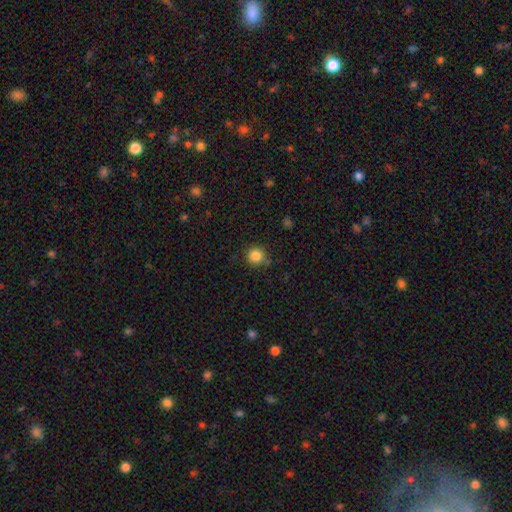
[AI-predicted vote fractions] Q: Smooth or featured?
A: smooth (84%); runner-up: star or artifact (11%)
Q: How rounded?
A: round (93%); runner-up: in between (6%)
Q: Merging?
A: none (83%); runner-up: minor disturbance (12%)